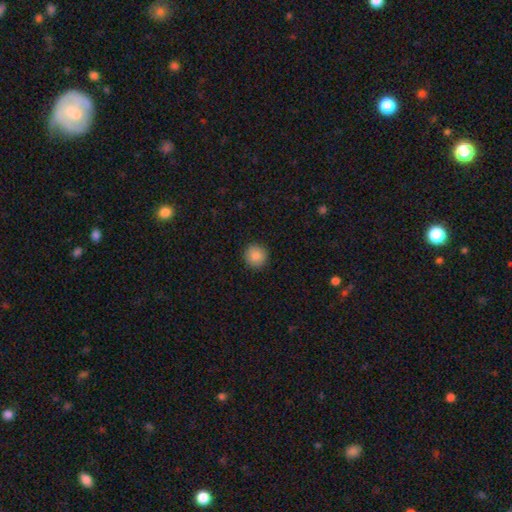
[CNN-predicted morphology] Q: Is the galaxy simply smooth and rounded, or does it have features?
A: smooth — 86%.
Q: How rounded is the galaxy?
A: round — 94%.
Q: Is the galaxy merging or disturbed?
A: none — 92%.